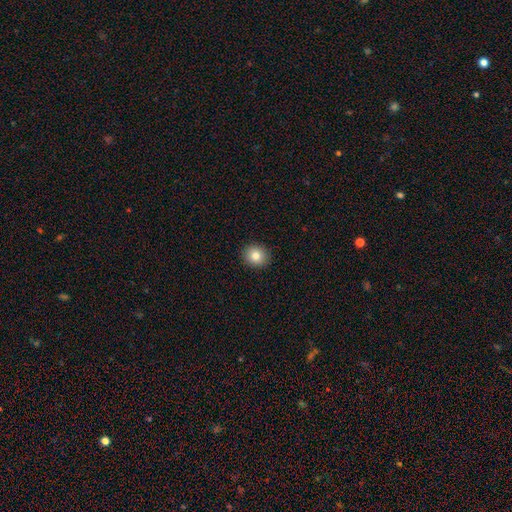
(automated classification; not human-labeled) Smooth or featured: smooth — 82% (star or artifact — 10%)
How rounded: round — 77% (in between — 22%)
Merging: none — 92% (minor disturbance — 6%)